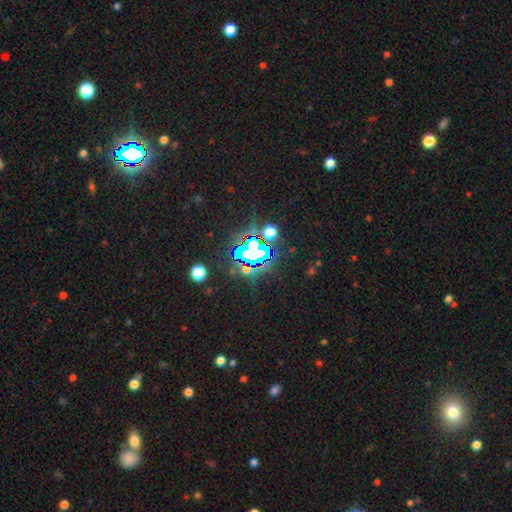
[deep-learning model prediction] smooth-or-featured: star or artifact: 72% | smooth: 16% | featured or disk: 12%